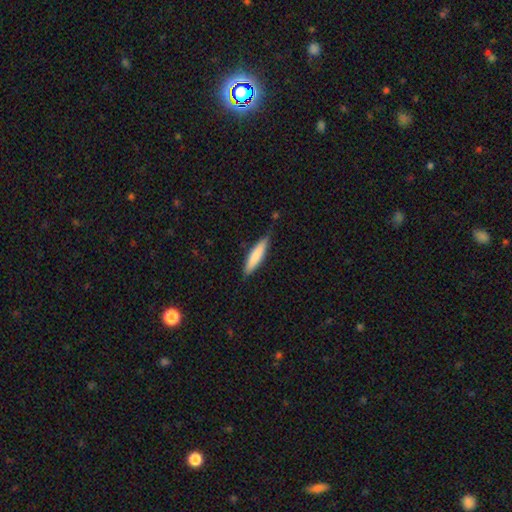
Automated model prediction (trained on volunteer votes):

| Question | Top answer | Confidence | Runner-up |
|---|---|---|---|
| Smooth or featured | smooth | 79% | featured or disk (16%) |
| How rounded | cigar-shaped | 80% | in between (18%) |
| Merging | none | 83% | minor disturbance (14%) |